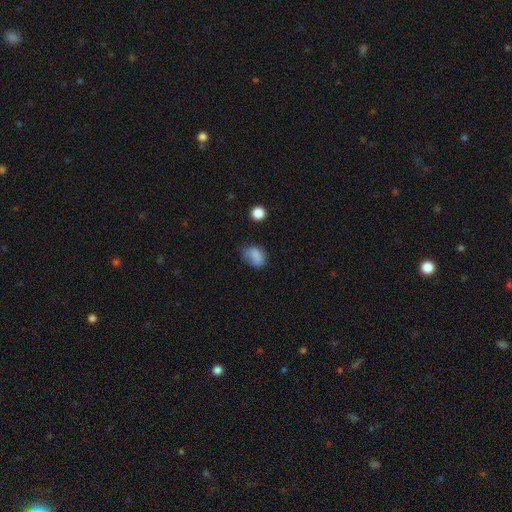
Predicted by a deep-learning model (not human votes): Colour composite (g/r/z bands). It shows a smooth galaxy with no disk features (79%) that is in between round and cigar-shaped (71%). Merging: none (54%).